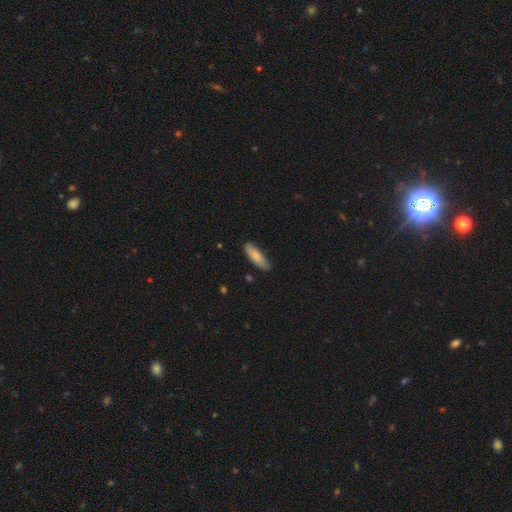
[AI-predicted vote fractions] Smooth or featured? Predicted: smooth (p=0.84). How rounded? Predicted: in between (p=0.50). Merging? Predicted: none (p=0.79).